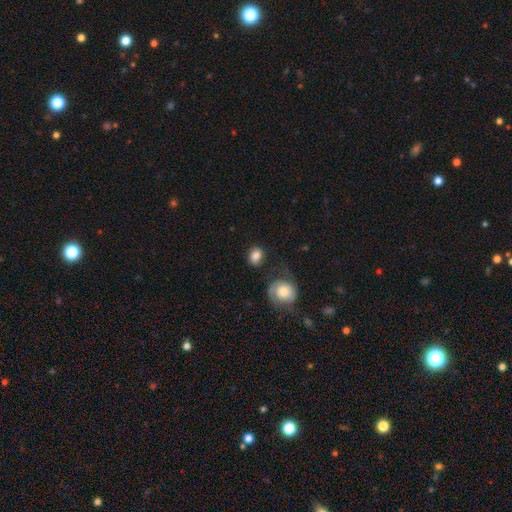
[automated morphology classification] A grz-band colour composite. It shows a smooth galaxy with no disk features (80%) that is in between round and cigar-shaped (53%). Merging: none (65%).